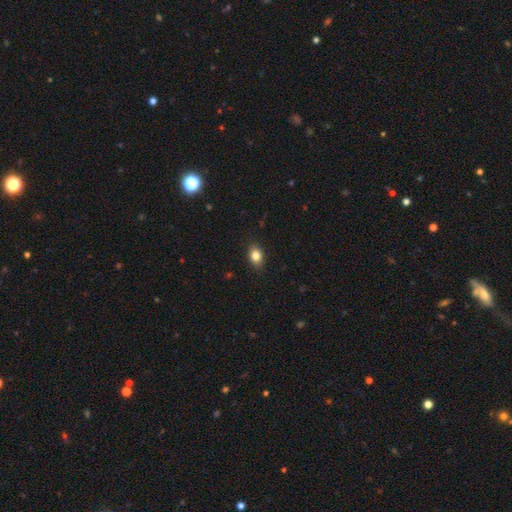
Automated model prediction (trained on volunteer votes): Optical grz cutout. It shows a smooth galaxy with no disk features (83%) that is in between round and cigar-shaped (75%). Merging: none (87%).